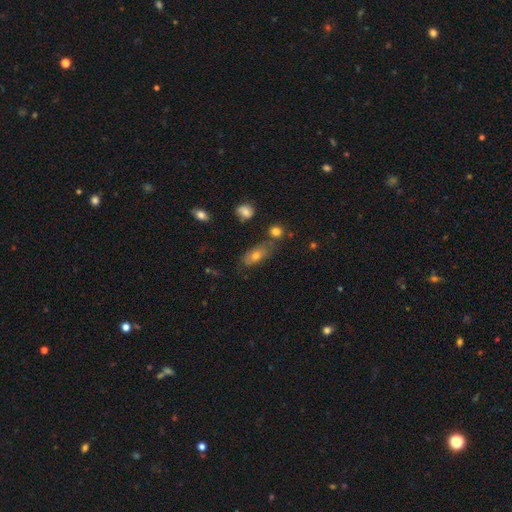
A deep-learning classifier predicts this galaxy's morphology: This appears to be a smooth galaxy with no disk features (64%) that is in between round and cigar-shaped (82%). Merging: none (65%).